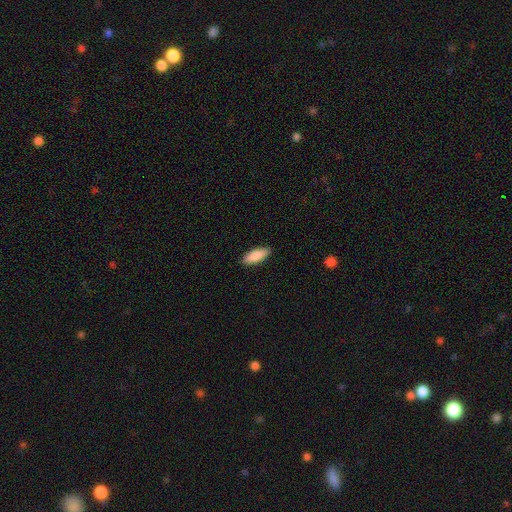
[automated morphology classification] Overall: smooth (88%). How rounded: in between (68%; cigar-shaped 30%). Merging: none (89%).